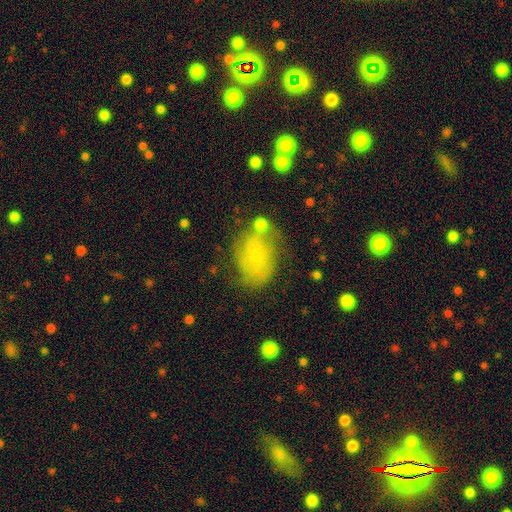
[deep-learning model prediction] smooth_or_featured: smooth (p=0.56) [alt: featured or disk p=0.31]
how_rounded: in between (p=0.74) [alt: round p=0.25]
merging: none (p=0.61) [alt: minor disturbance p=0.22]